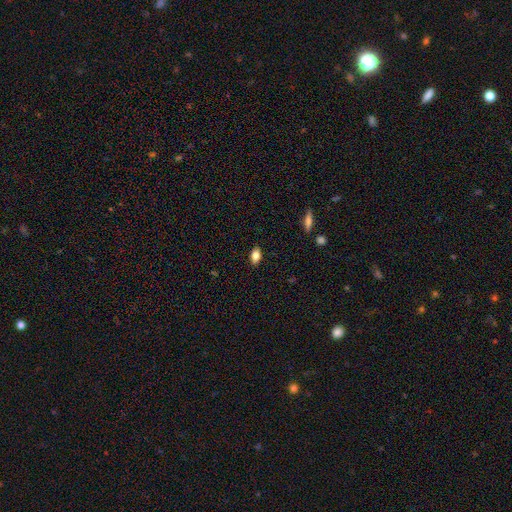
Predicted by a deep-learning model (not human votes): Morphology: type=smooth (83%); roundness=in between (87%); merging=none (87%).